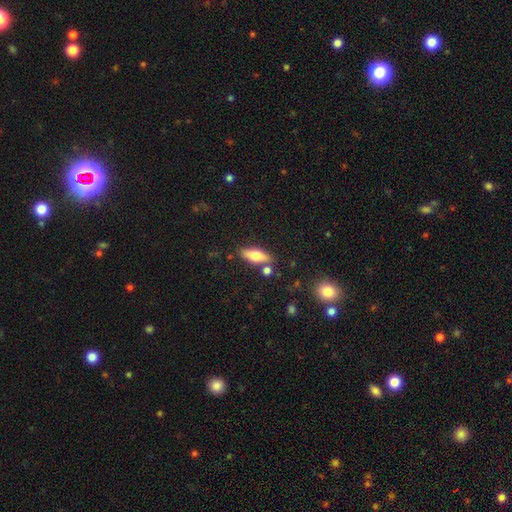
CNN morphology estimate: smooth-or-featured: smooth: 60% | featured or disk: 33% | star or artifact: 7%
  how-rounded: in between: 59% | cigar-shaped: 38% | round: 3%
  merging: none: 78% | minor disturbance: 11% | merger: 8% | major disturbance: 3%